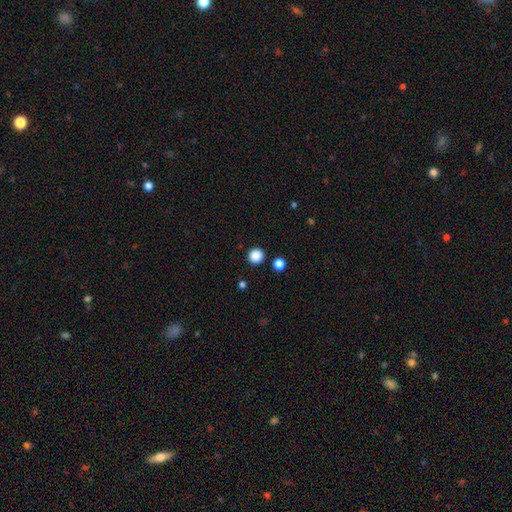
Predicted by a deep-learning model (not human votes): This appears to be a smooth galaxy with no disk features (87%) that is round (94%). Merging: none (91%).